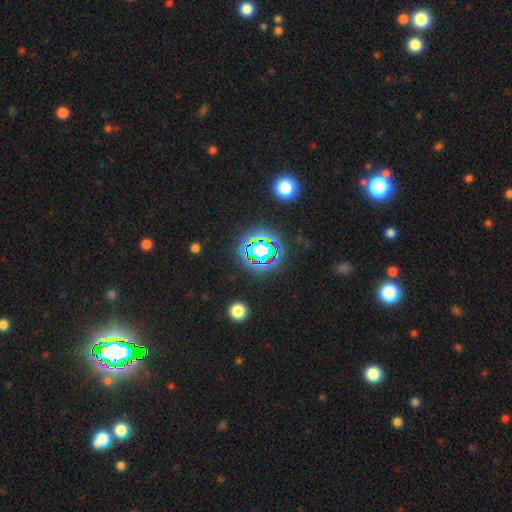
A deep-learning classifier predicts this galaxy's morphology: Overall: star or artifact (69%).